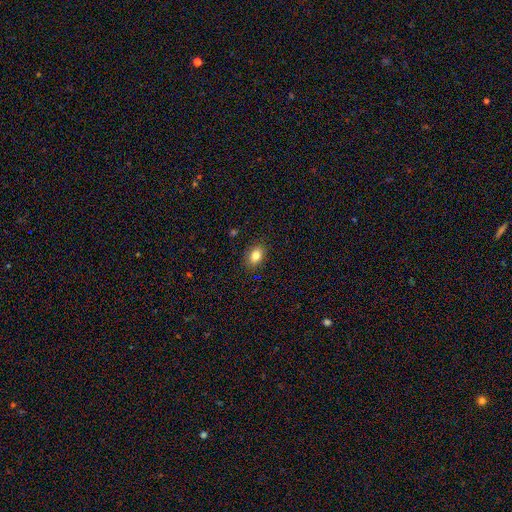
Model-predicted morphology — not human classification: Overall: smooth (84%). How rounded: in between (78%). Merging: none (88%).